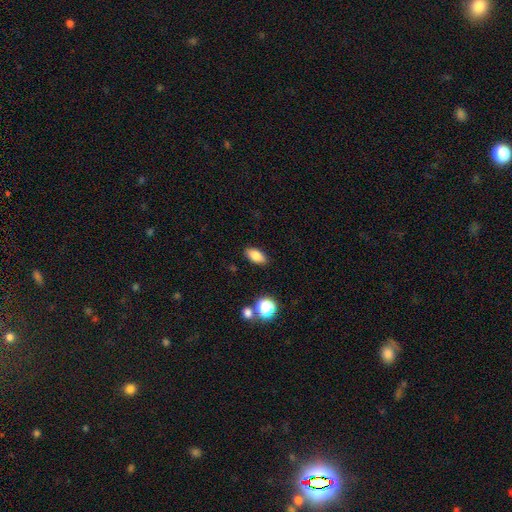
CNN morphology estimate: Smooth or featured: smooth — 83% (star or artifact — 9%)
How rounded: in between — 89% (cigar-shaped — 6%)
Merging: none — 87% (minor disturbance — 9%)